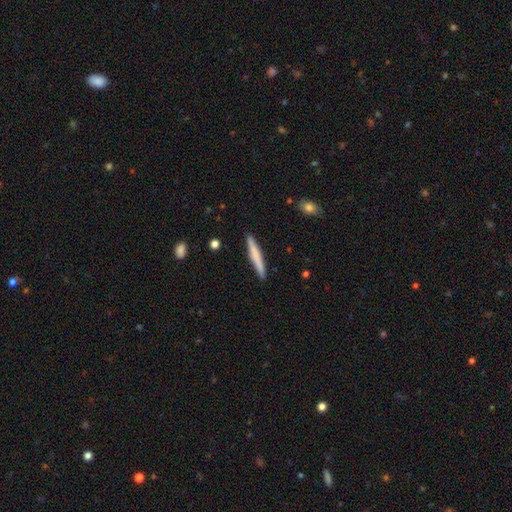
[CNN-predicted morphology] Smooth or featured: smooth — 68% (featured or disk — 27%)
How rounded: cigar-shaped — 96% (in between — 3%)
Merging: none — 91% (minor disturbance — 7%)